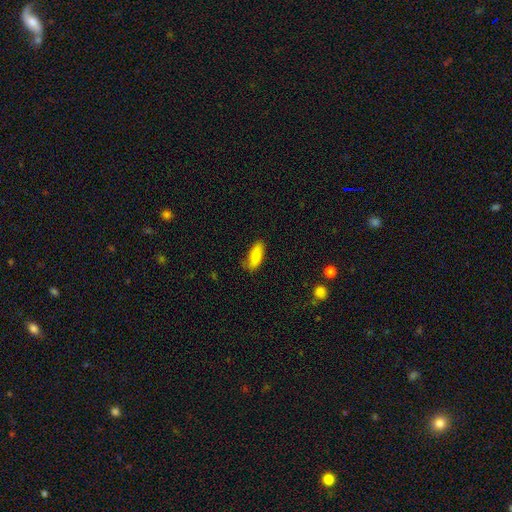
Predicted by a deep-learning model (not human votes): A smooth galaxy with no disk features (80%) that is in between round and cigar-shaped (75%). Merging: none (75%).